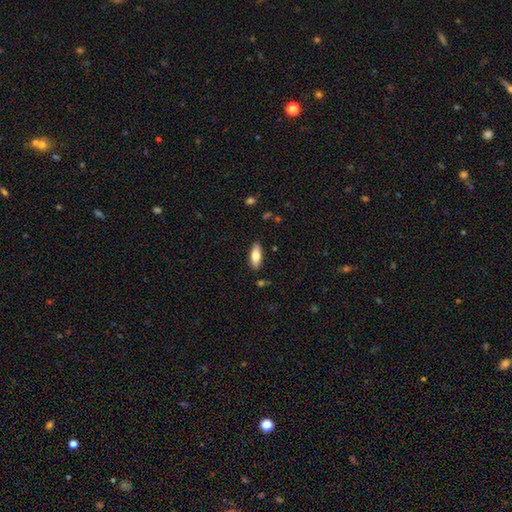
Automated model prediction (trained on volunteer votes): Smooth or featured? smooth (74%)
How rounded? in between (74%)
Merging? none (87%)